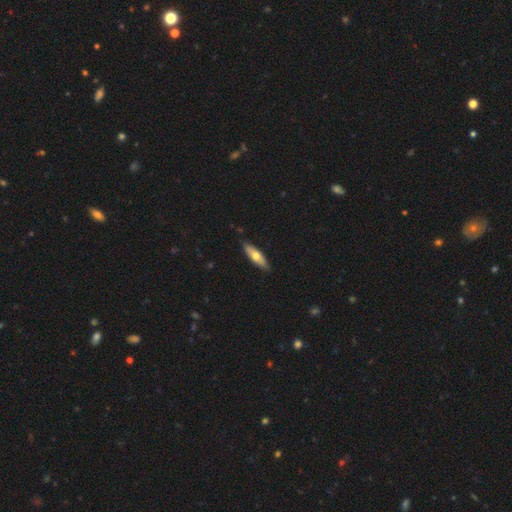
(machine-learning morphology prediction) This is possibly a smooth galaxy (58%). How rounded: possibly cigar-shaped (56%). Merging: clearly none (87%).